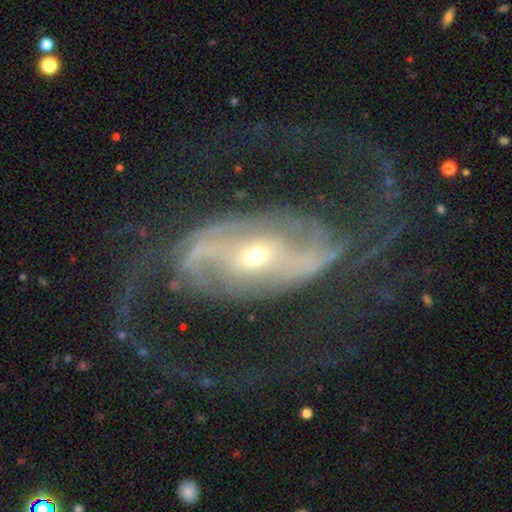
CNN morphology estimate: The model was most divided on "spiral winding": medium: 44%, loose: 39%, tight: 17%. Remaining: edge-on disk — no (96%); spiral arms — yes (95%); smooth or featured — featured or disk (89%); spiral arm count — 2 (82%); merging — none (64%); bulge size — small (58%); bar — strong (49%).